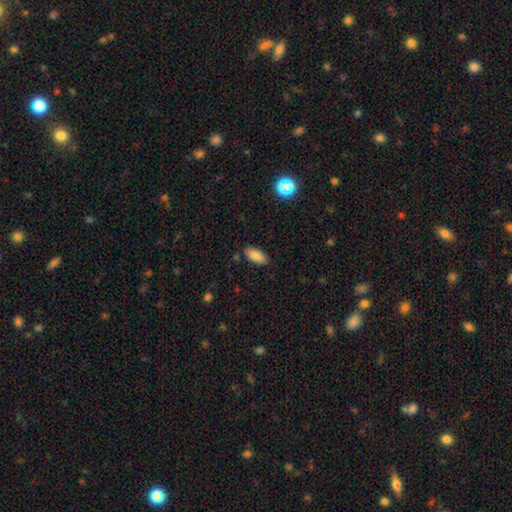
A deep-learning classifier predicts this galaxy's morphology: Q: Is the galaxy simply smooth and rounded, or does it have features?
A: smooth — 87%.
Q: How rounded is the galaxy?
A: in between — 88%.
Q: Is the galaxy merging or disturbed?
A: none — 86%.